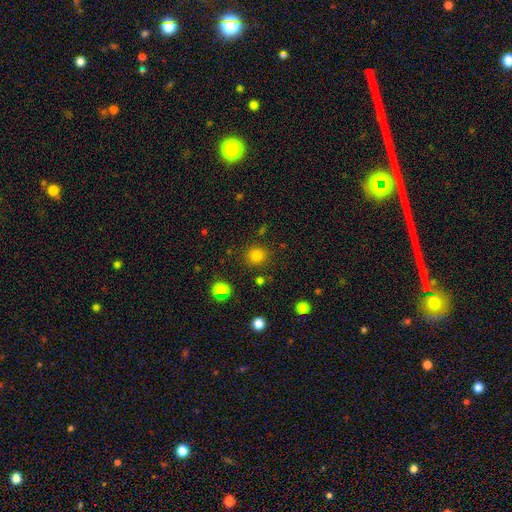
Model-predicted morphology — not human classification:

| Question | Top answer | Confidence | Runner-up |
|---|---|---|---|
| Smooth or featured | smooth | 81% | star or artifact (14%) |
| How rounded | round | 89% | in between (10%) |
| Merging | none | 87% | minor disturbance (8%) |